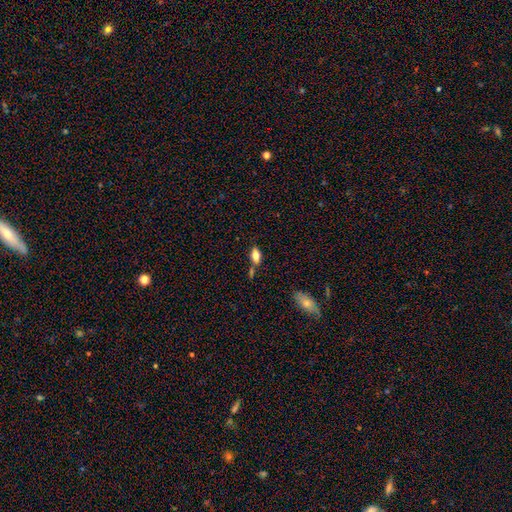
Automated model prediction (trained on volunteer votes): Smooth or featured? smooth (72%)
How rounded? in between (86%)
Merging? none (58%)